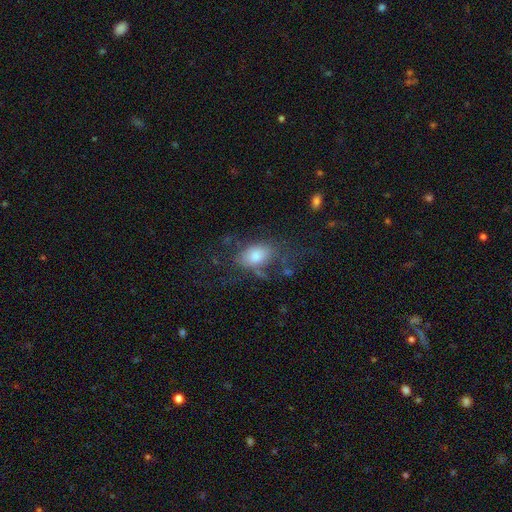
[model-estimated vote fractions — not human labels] Overall: smooth (67%). How rounded: in between (86%). Merging: none (47%; major disturbance 26%).